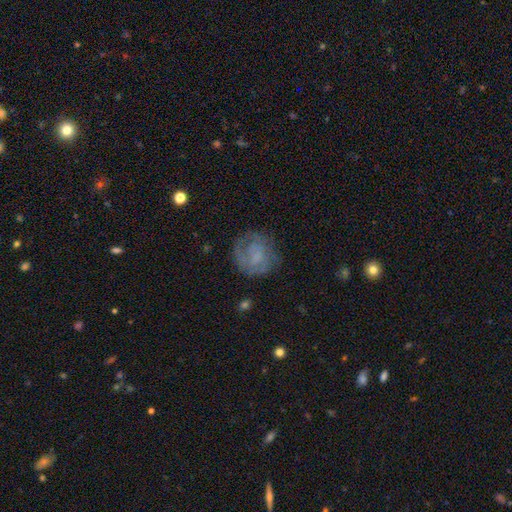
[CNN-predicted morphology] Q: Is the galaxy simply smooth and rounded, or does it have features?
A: featured or disk — 52%.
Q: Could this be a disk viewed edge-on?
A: no — 98%.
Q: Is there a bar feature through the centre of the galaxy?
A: no — 67%.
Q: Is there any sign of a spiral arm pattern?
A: yes — 68%.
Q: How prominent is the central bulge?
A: none — 55%.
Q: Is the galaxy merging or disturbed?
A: none — 65%.